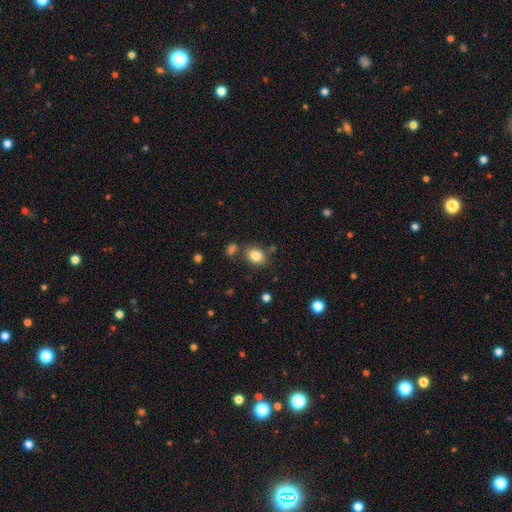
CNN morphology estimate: A smooth galaxy with no disk features (83%) that is in between round and cigar-shaped (60%). Merging: none (75%).